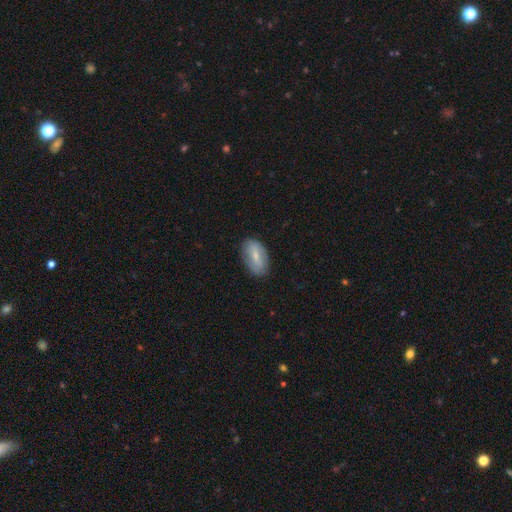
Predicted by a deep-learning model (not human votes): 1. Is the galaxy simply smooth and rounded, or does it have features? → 61% smooth, 32% featured or disk, 7% star or artifact.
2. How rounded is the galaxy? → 90% in between, 5% cigar-shaped, 5% round.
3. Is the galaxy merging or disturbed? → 83% none, 13% minor disturbance, 3% major disturbance, 1% merger.